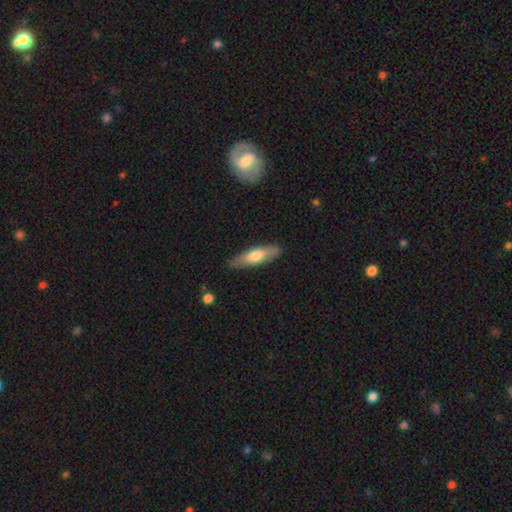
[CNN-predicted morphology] This appears to be a smooth galaxy with no disk features (63%) that is cigar-shaped (61%). Merging: none (83%).